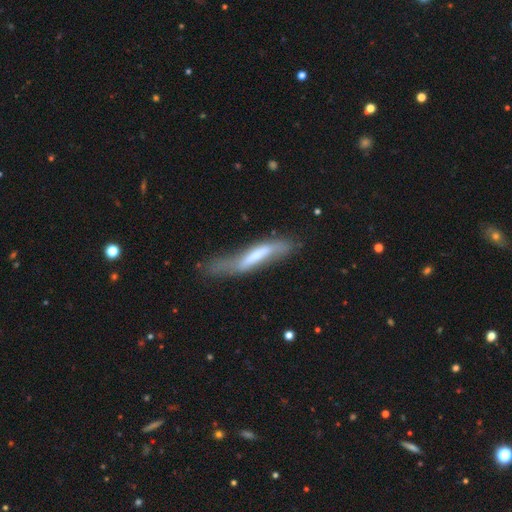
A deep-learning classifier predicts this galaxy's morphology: smooth_or_featured: smooth (p=0.49) [alt: featured or disk p=0.45]
merging: none (p=0.36) [alt: minor disturbance p=0.32]